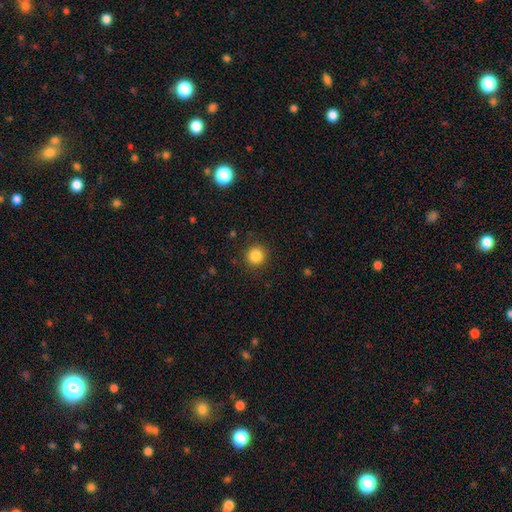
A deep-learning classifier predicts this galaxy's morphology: smooth-or-featured: smooth: 85% | star or artifact: 11% | featured or disk: 4%
  how-rounded: round: 93% | in between: 6% | cigar-shaped: 1%
  merging: none: 90% | minor disturbance: 6% | major disturbance: 2% | merger: 1%